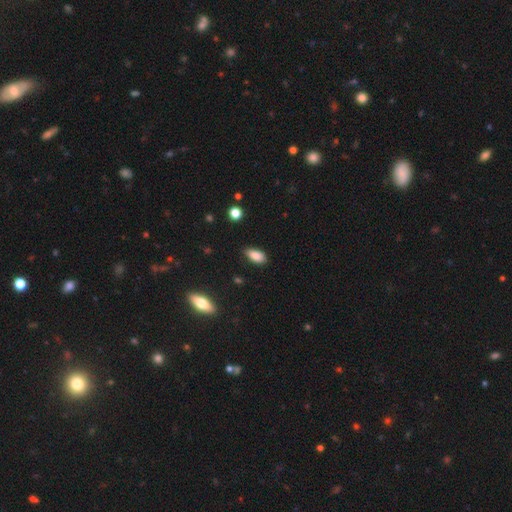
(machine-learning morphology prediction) smooth 86%, star or artifact 8%, featured or disk 6%. Down the decision tree: how rounded — in between (90%); merging — none (77%).